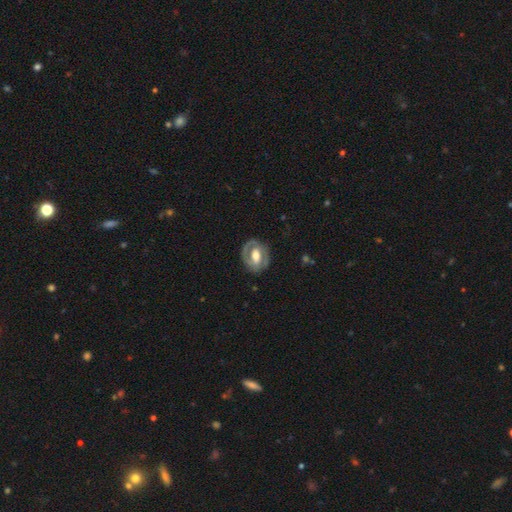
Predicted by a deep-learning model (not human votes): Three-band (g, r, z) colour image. It shows a featured or disk galaxy (72%) with a weak bar (40%), spiral arms (65%) and a moderate central bulge (59%). Merging: none (77%).